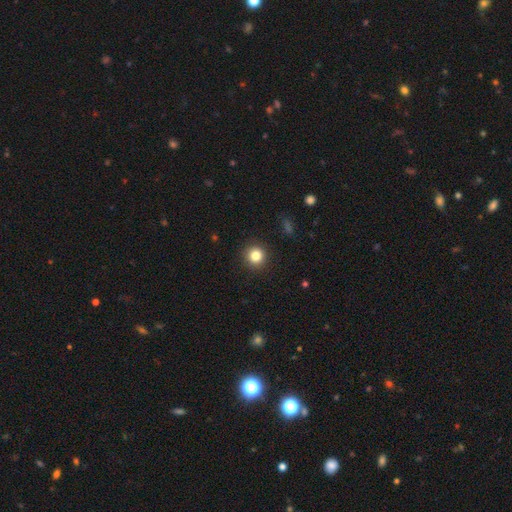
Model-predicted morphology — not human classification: Smooth or featured: smooth — 82% (star or artifact — 12%)
How rounded: round — 93% (in between — 6%)
Merging: none — 92% (minor disturbance — 5%)